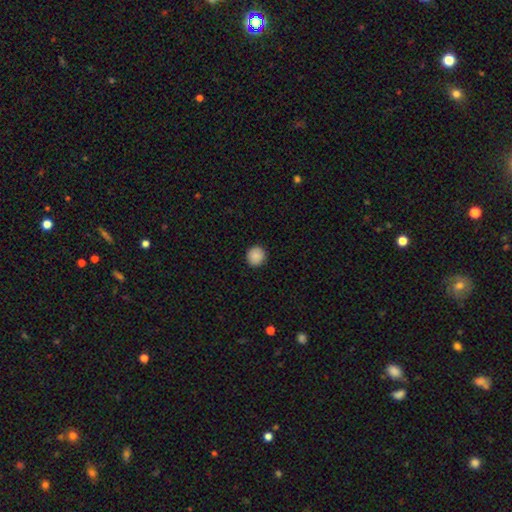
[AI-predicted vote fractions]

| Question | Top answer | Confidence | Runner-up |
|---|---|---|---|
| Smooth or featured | smooth | 89% | star or artifact (8%) |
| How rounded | round | 93% | in between (6%) |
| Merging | none | 93% | minor disturbance (5%) |